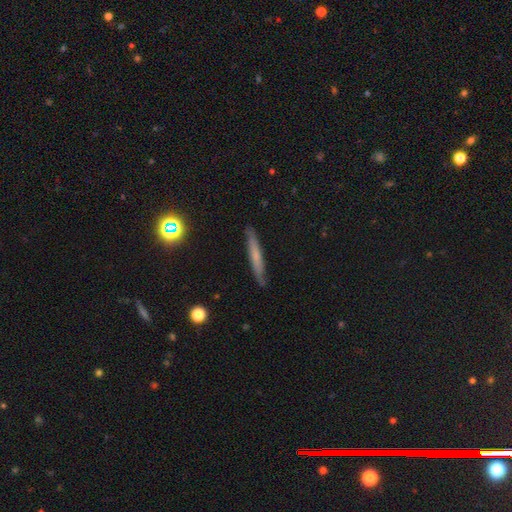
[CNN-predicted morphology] The model was most divided on "smooth or featured": smooth: 52%, featured or disk: 39%, star or artifact: 9%. More confident: how rounded — cigar-shaped (94%); merging — none (86%).